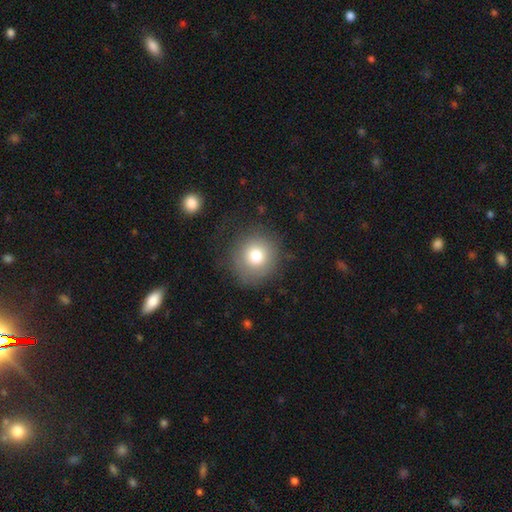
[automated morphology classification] A smooth galaxy with no disk features (77%) that is round (91%). Merging: none (77%).